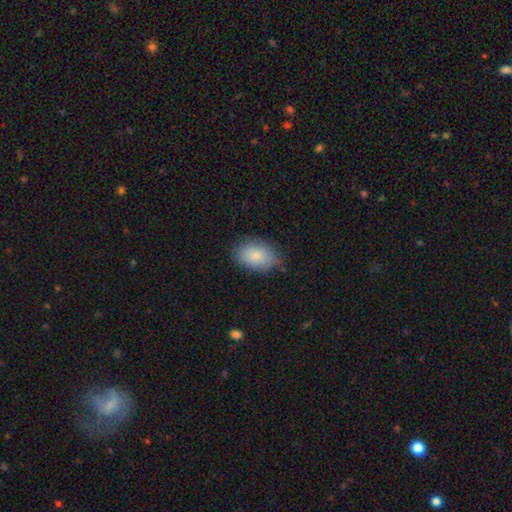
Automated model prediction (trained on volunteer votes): This appears to be a smooth galaxy with no disk features (84%) that is in between round and cigar-shaped (87%). Merging: none (75%).